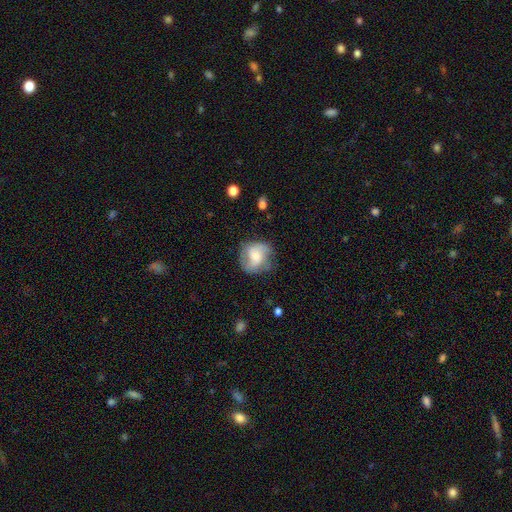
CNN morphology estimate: This appears to be a featured or disk galaxy (56%) with no bar (49%), spiral arms (86%) and a moderate central bulge (40%). Merging: none (63%).